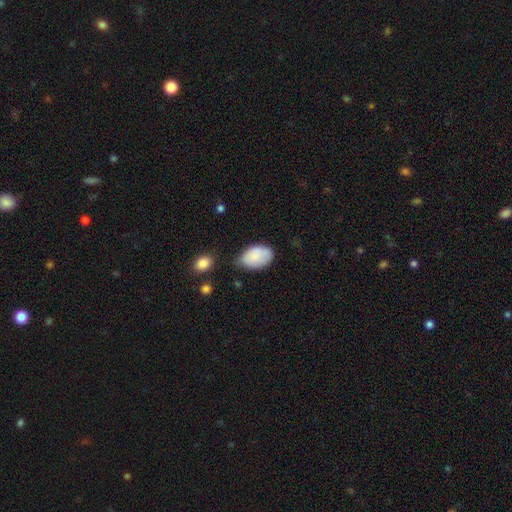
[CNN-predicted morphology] smooth-or-featured: smooth: 85% | featured or disk: 9% | star or artifact: 7%
  how-rounded: in between: 91% | round: 8% | cigar-shaped: 1%
  merging: none: 54% | minor disturbance: 34% | major disturbance: 8% | merger: 4%